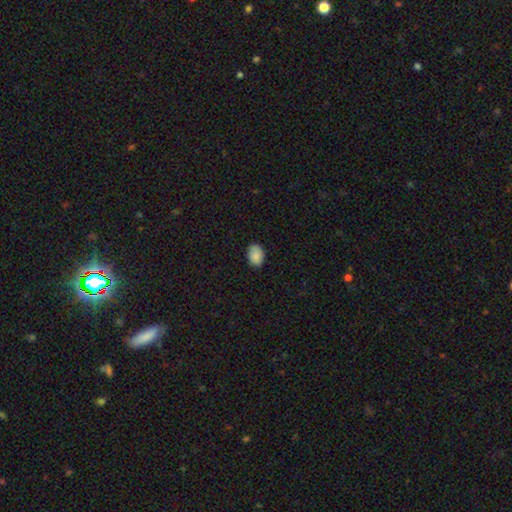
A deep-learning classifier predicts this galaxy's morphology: A smooth galaxy with no disk features (87%) that is in between round and cigar-shaped (80%). Merging: none (82%).